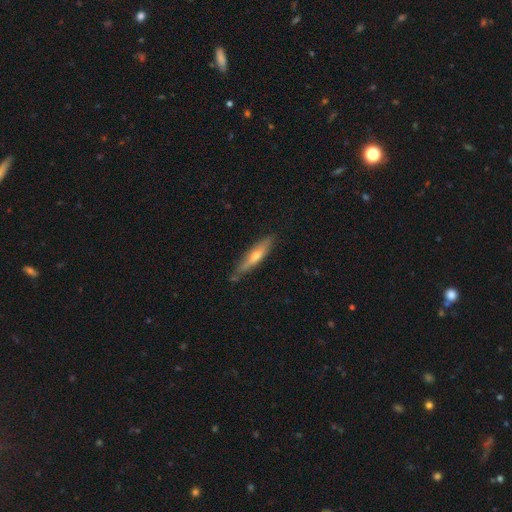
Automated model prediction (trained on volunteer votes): Overall: featured or disk (50%; smooth 43%). Edge-on disk: yes (88%). Merging: none (74%).